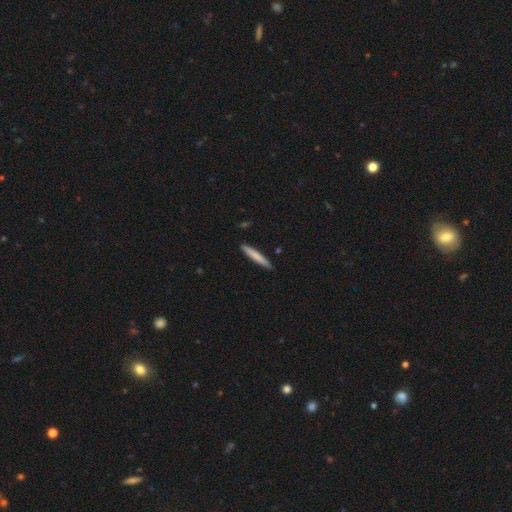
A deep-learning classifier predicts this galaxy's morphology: type=smooth (77%); roundness=cigar-shaped (95%); merging=none (90%).